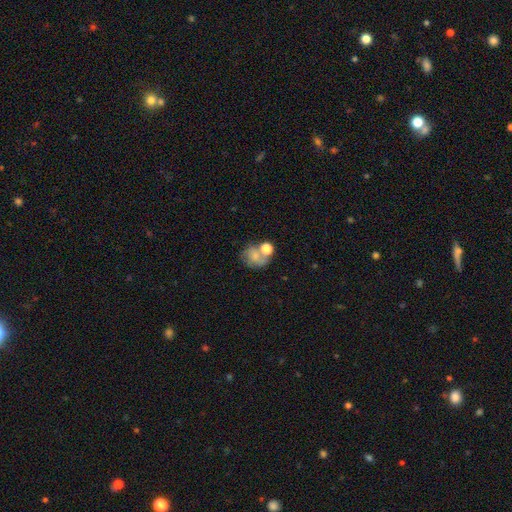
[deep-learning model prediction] This appears to be a smooth galaxy with no disk features (65%) that is round (67%). Merging: none (39%).